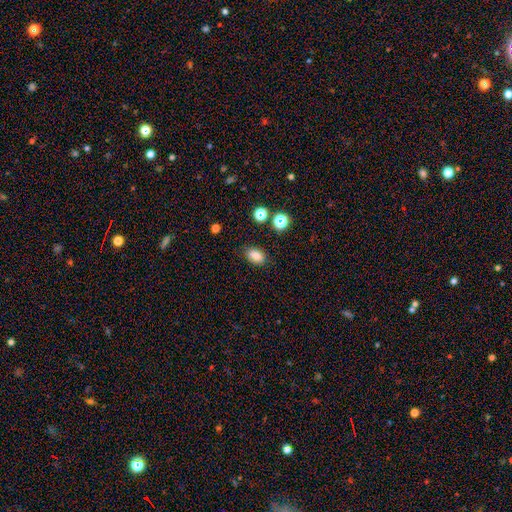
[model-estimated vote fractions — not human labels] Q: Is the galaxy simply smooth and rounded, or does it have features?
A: smooth — 82%.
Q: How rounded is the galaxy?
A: in between — 85%.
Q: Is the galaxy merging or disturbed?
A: none — 82%.